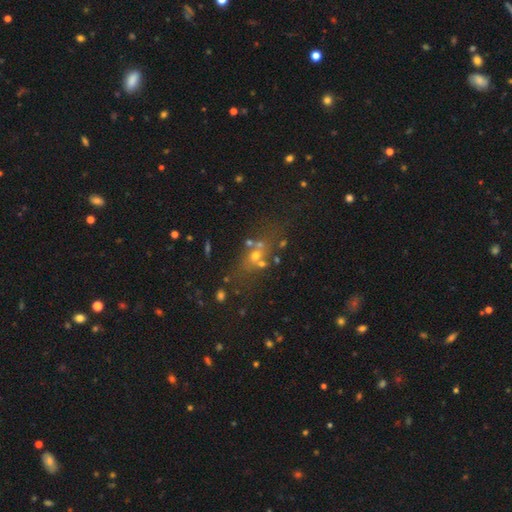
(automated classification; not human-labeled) Smooth or featured: smooth — 42% (star or artifact — 30%)
Merging: none — 46% (merger — 33%)